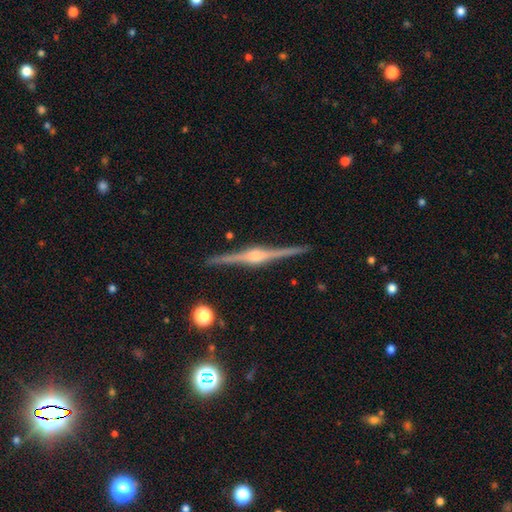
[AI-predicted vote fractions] A featured or disk galaxy (90%) viewed edge-on (99%) with a rounded central bulge (84%). Merging: none (92%).